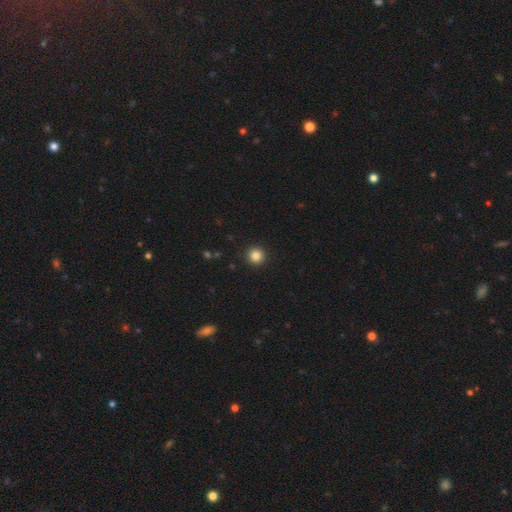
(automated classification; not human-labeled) Smooth or featured: smooth — 85% (star or artifact — 11%)
How rounded: round — 95% (in between — 4%)
Merging: none — 93% (minor disturbance — 5%)